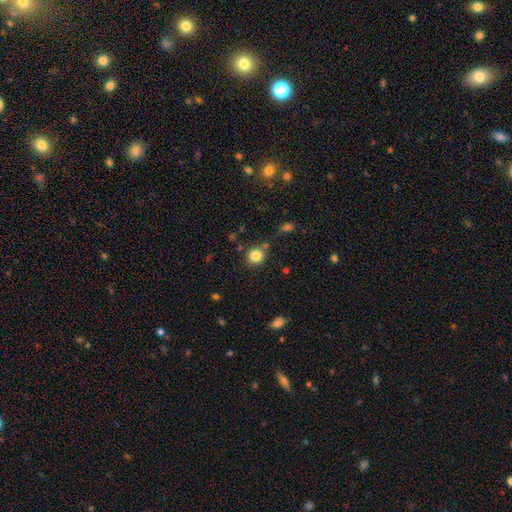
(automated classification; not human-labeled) This appears to be a smooth galaxy with no disk features (83%) that is round (86%). Merging: none (74%).